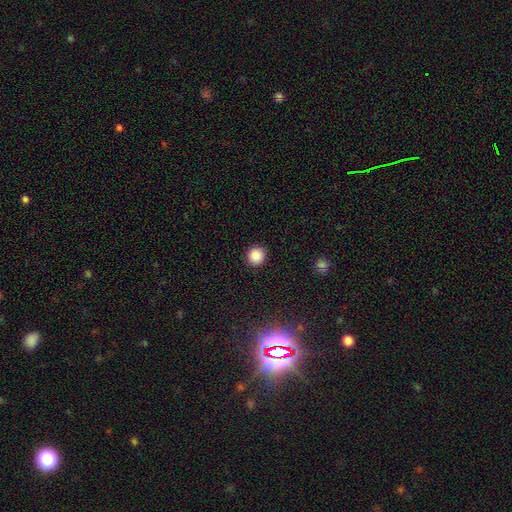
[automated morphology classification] type=smooth (87%); roundness=round (94%); merging=none (91%).